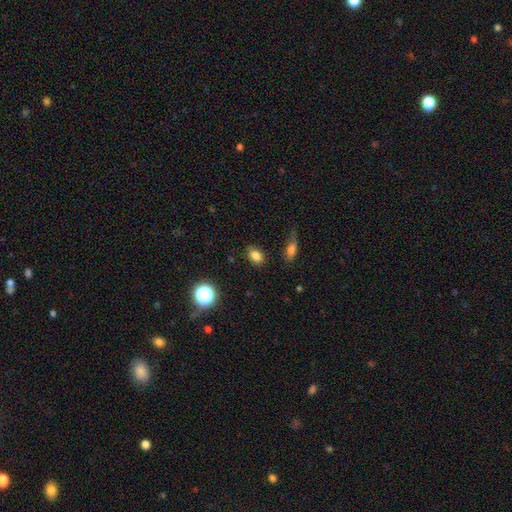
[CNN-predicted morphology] smooth-or-featured: smooth: 81% | star or artifact: 12% | featured or disk: 6%
  how-rounded: in between: 77% | round: 21% | cigar-shaped: 2%
  merging: none: 83% | minor disturbance: 12% | major disturbance: 3% | merger: 3%